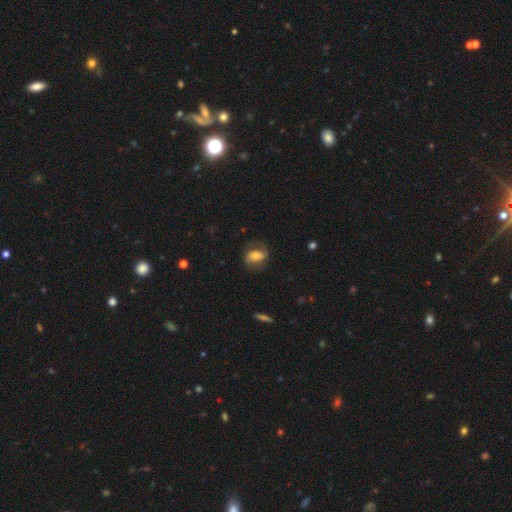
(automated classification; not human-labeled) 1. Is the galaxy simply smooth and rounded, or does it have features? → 53% featured or disk, 39% smooth, 8% star or artifact.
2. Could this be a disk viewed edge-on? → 94% no, 6% yes.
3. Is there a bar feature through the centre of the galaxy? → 35% no, 34% weak, 31% strong.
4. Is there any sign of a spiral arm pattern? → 83% yes, 17% no.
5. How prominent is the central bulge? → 57% moderate, 25% small, 13% large, 3% none, 2% dominant.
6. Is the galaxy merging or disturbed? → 68% none, 19% minor disturbance, 12% major disturbance, 1% merger.